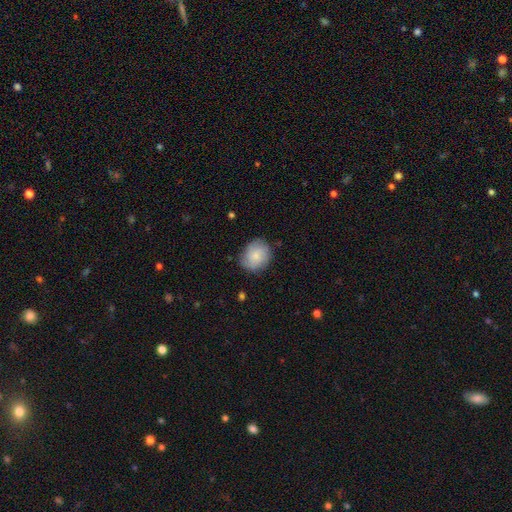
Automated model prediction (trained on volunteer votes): Smooth or featured? smooth (73%)
How rounded? round (67%)
Merging? none (76%)